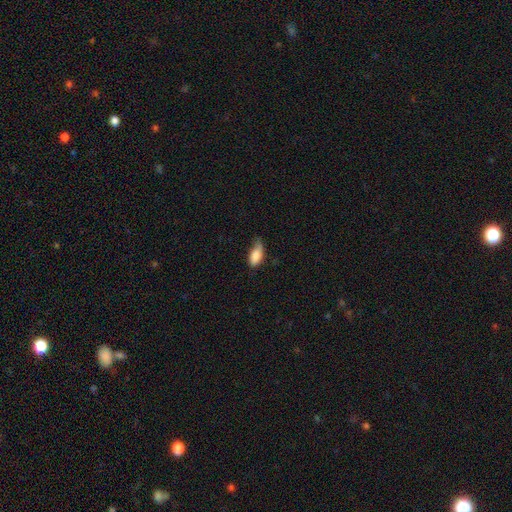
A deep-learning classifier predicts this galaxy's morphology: smooth_or_featured: smooth (p=0.85) [alt: featured or disk p=0.08]
how_rounded: in between (p=0.90) [alt: cigar-shaped p=0.07]
merging: minor disturbance (p=0.45) [alt: none p=0.39]